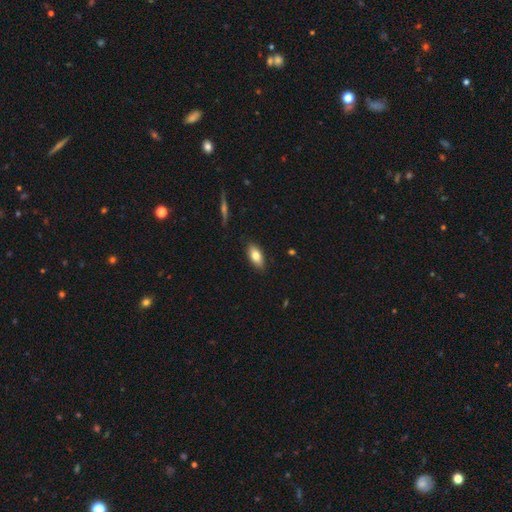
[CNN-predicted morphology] This is likely a smooth galaxy (78%). How rounded: clearly in between (87%). Merging: clearly none (87%).